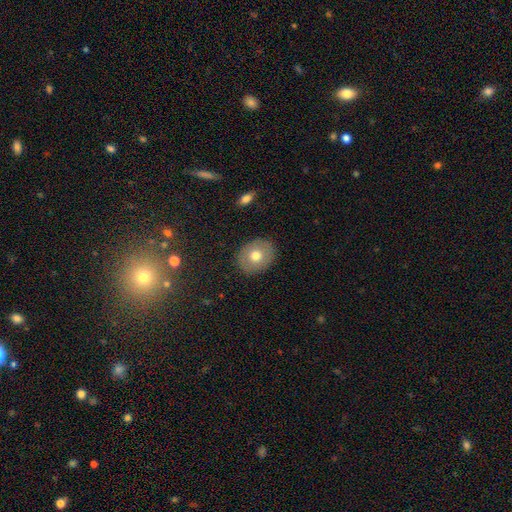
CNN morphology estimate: Overall: smooth (67%). How rounded: round (54%; in between 45%). Merging: none (88%).